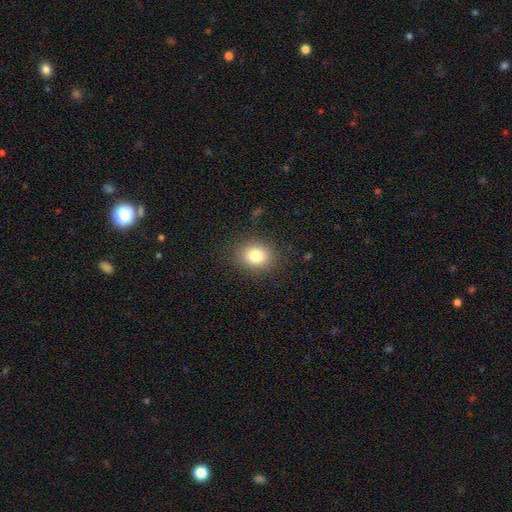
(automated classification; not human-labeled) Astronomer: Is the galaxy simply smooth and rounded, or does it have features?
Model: smooth — 82%.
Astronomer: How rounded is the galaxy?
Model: round — 61% (runner-up: in between, 38%).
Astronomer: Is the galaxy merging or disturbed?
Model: none — 86%.